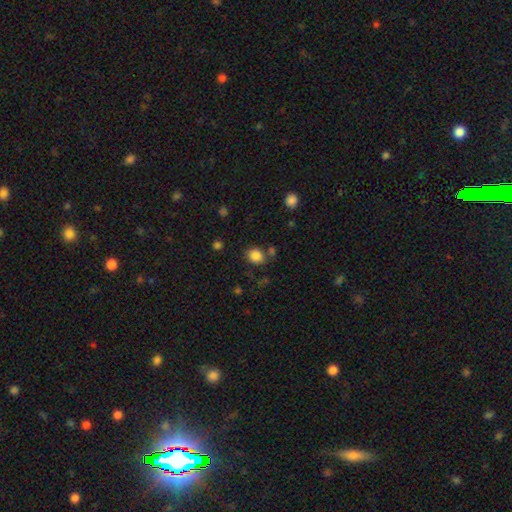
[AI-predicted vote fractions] Smooth or featured: smooth — 84% (star or artifact — 11%)
How rounded: round — 67% (in between — 32%)
Merging: none — 75% (minor disturbance — 12%)